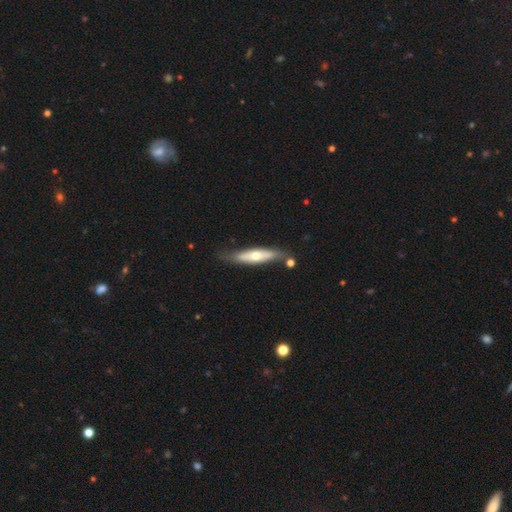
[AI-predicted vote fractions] The model was most divided on "smooth or featured": smooth: 48%, featured or disk: 47%, star or artifact: 5%. More confident: merging — none (66%).